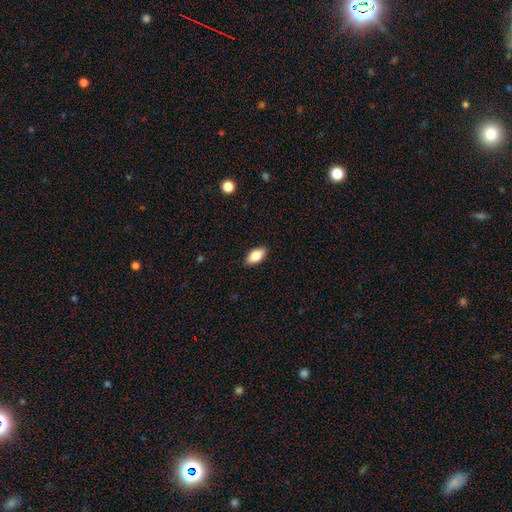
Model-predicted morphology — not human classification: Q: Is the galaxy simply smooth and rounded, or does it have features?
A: smooth — 84%.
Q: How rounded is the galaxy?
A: in between — 91%.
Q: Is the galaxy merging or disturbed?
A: none — 88%.